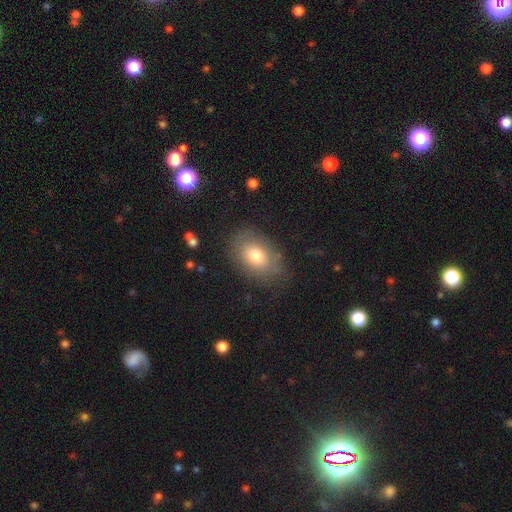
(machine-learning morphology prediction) smooth_or_featured: smooth (p=0.73) [alt: featured or disk p=0.18]
how_rounded: in between (p=0.82) [alt: round p=0.17]
merging: none (p=0.77) [alt: minor disturbance p=0.16]